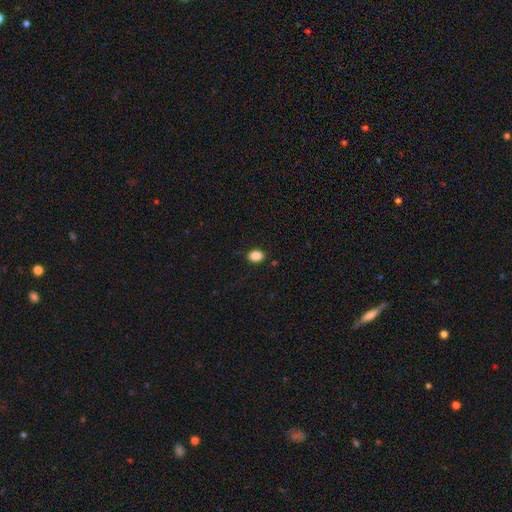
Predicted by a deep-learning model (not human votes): A smooth galaxy with no disk features (87%) that is in between round and cigar-shaped (77%). Merging: none (86%).